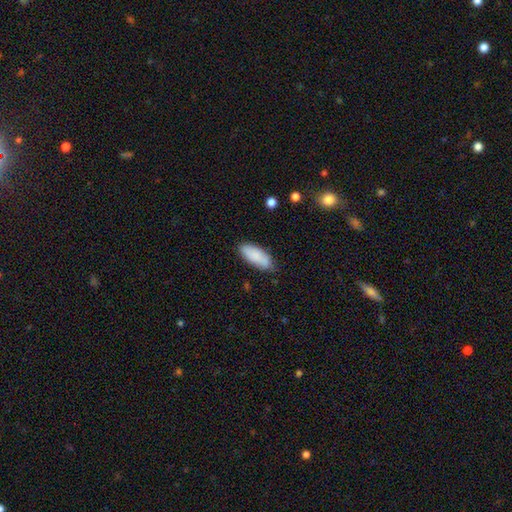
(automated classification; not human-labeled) Smooth or featured? Predicted: smooth (p=0.87). How rounded? Predicted: in between (p=0.79). Merging? Predicted: none (p=0.81).